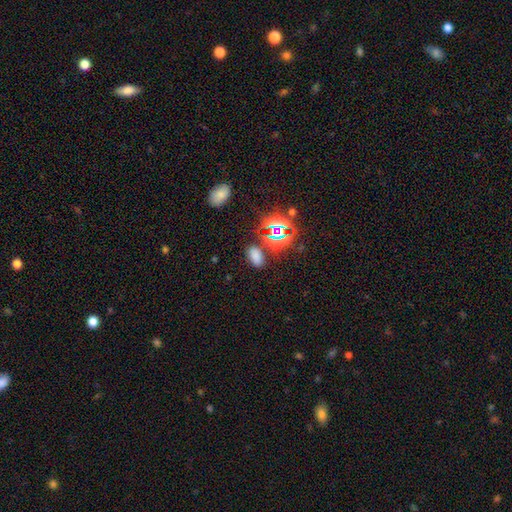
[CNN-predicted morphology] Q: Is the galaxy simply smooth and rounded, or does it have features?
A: smooth — 66%.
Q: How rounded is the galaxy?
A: in between — 91%.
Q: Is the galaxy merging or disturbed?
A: none — 80%.